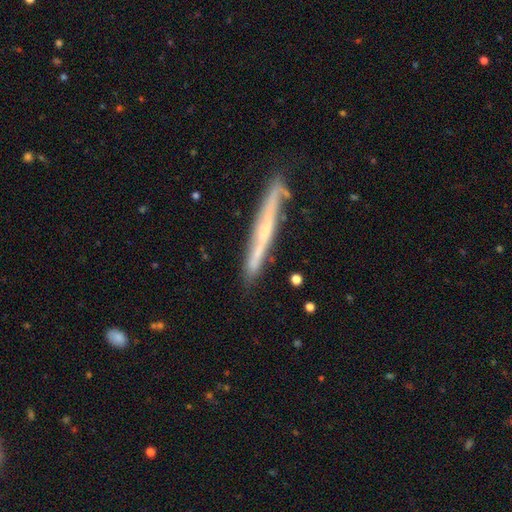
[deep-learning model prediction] smooth-or-featured: featured or disk: 51% | smooth: 42% | star or artifact: 7%
  disk-edge-on: yes: 87% | no: 13%
  merging: none: 69% | minor disturbance: 18% | merger: 8% | major disturbance: 6%